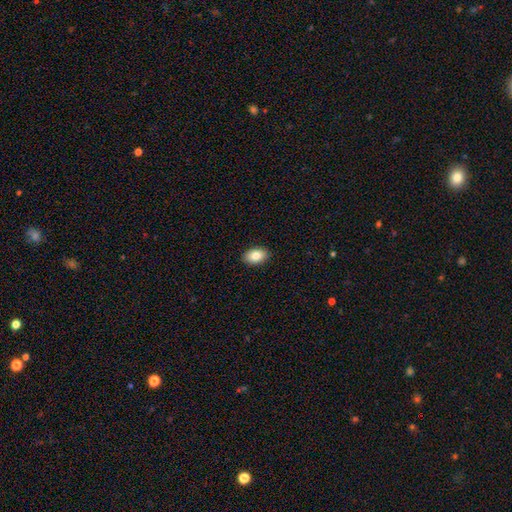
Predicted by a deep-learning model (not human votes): smooth 84%, featured or disk 8%, star or artifact 7%. Down the decision tree: how rounded — in between (90%); merging — none (90%).